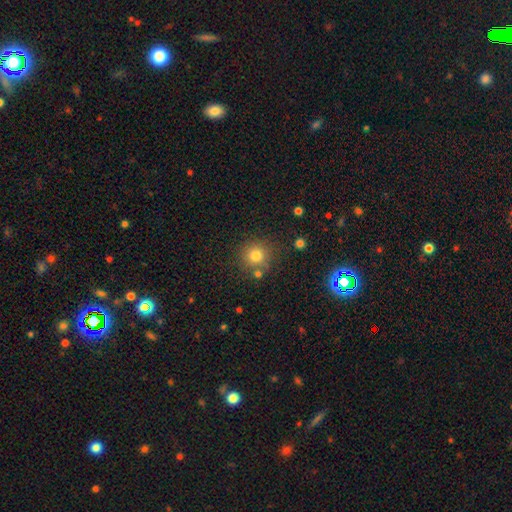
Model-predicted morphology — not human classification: A smooth galaxy with no disk features (80%) that is round (92%). Merging: none (77%).